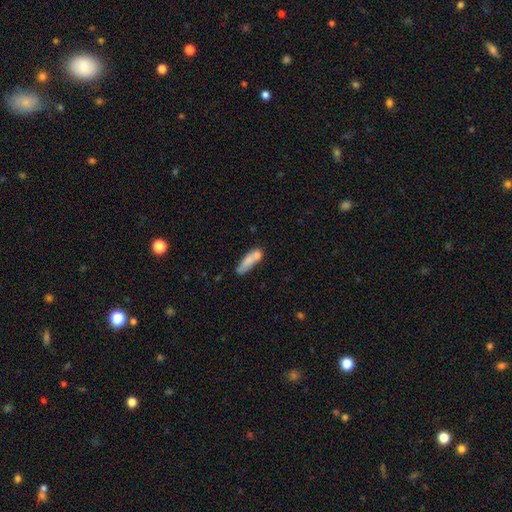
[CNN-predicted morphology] smooth 75%, featured or disk 18%, star or artifact 7%. Down the decision tree: how rounded — cigar-shaped (60%); merging — none (51%).